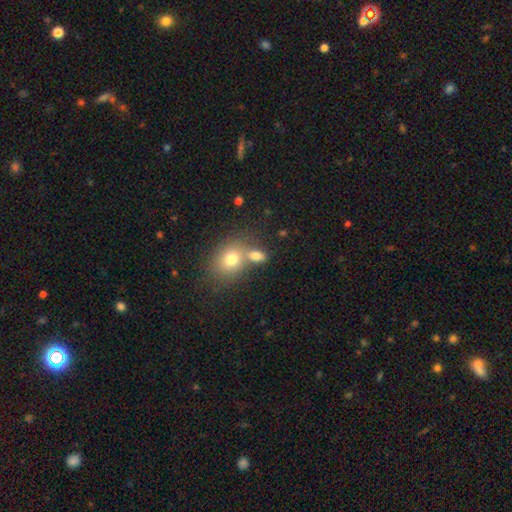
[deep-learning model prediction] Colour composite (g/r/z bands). It shows a smooth galaxy with no disk features (78%) that is in between round and cigar-shaped (72%). Merging: merger (45%).